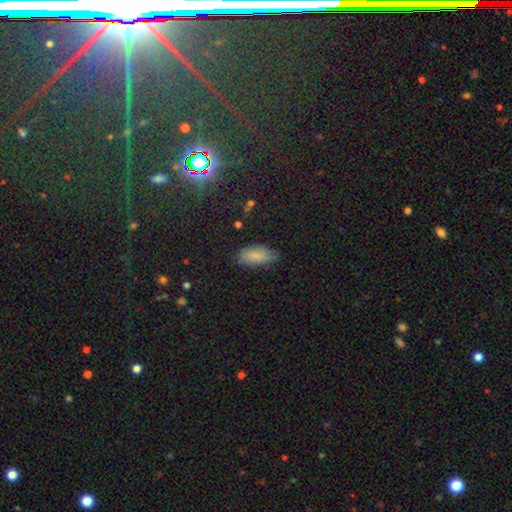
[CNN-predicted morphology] Smooth or featured: smooth — 80% (star or artifact — 10%)
How rounded: in between — 89% (cigar-shaped — 8%)
Merging: none — 71% (minor disturbance — 23%)